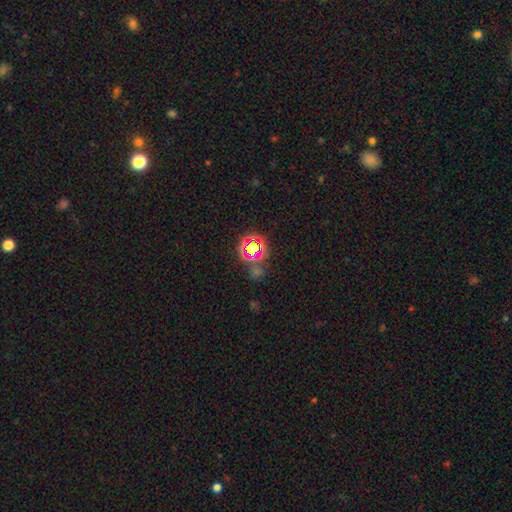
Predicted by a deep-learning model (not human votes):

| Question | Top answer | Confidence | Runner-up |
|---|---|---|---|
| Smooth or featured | star or artifact | 54% | smooth (37%) |